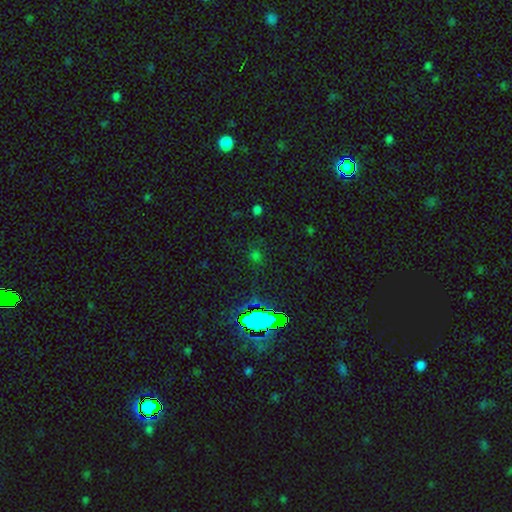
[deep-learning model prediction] Smooth or featured?
  - star or artifact: 52% *
  - smooth: 40%
  - featured or disk: 8%